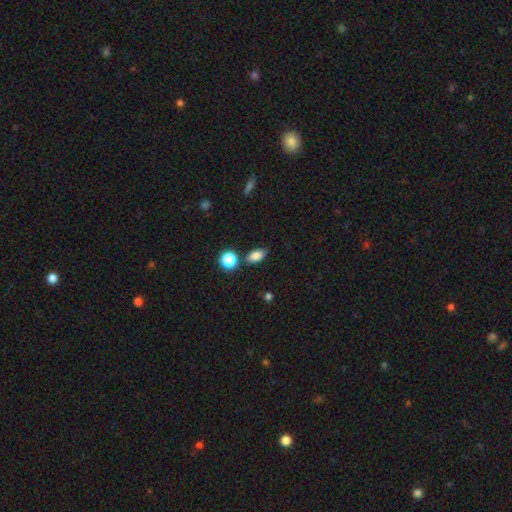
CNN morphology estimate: Q: Smooth or featured?
A: smooth (83%); runner-up: star or artifact (11%)
Q: How rounded?
A: in between (84%); runner-up: round (12%)
Q: Merging?
A: none (79%); runner-up: minor disturbance (12%)